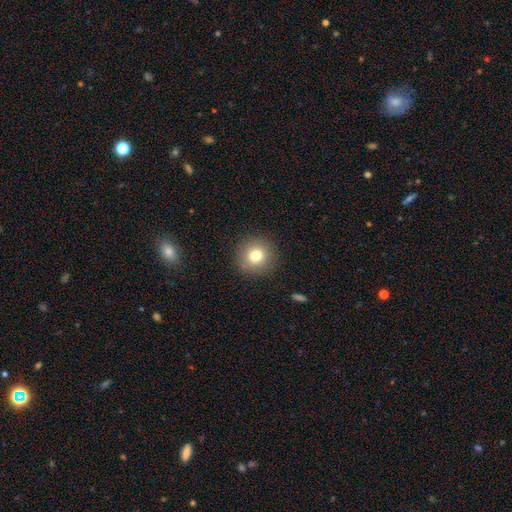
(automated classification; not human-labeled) smooth_or_featured: smooth (p=0.78) [alt: star or artifact p=0.11]
how_rounded: round (p=0.92) [alt: in between p=0.07]
merging: none (p=0.88) [alt: minor disturbance p=0.08]